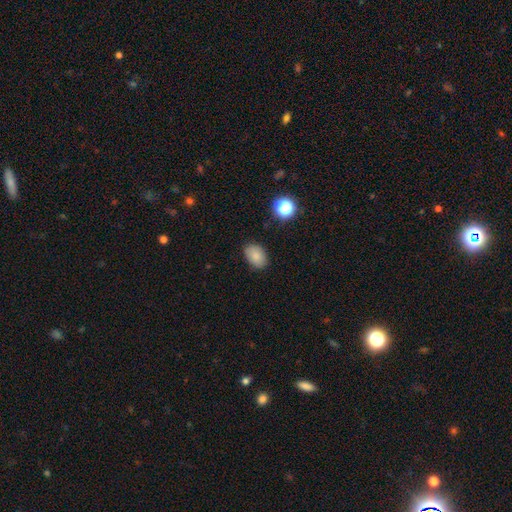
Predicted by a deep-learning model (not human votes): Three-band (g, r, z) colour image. It shows a smooth galaxy with no disk features (84%) that is in between round and cigar-shaped (82%). Merging: none (83%).